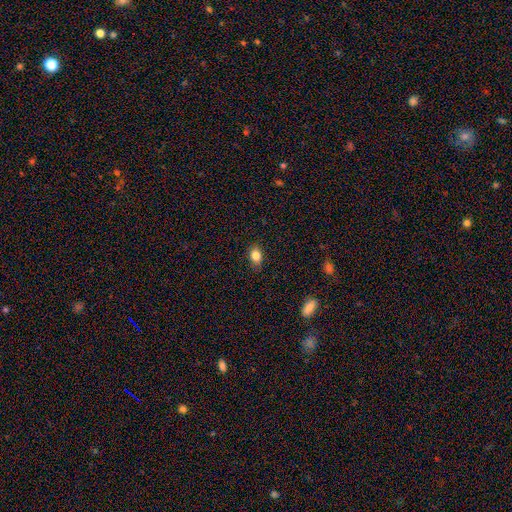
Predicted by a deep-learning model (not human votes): Smooth or featured: smooth — 83% (star or artifact — 10%)
How rounded: in between — 75% (round — 23%)
Merging: none — 85% (minor disturbance — 12%)